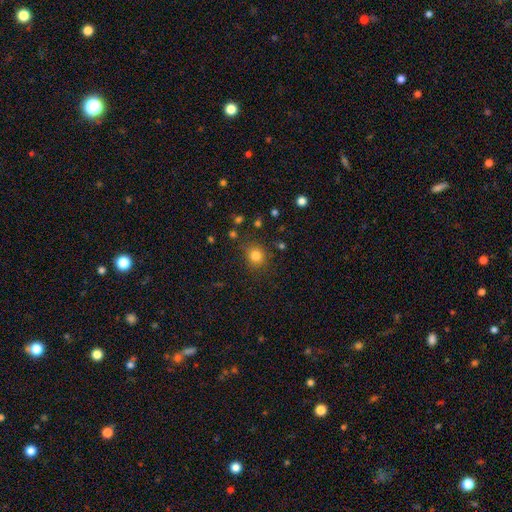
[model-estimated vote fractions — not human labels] A smooth galaxy with no disk features (82%) that is round (83%). Merging: none (82%).